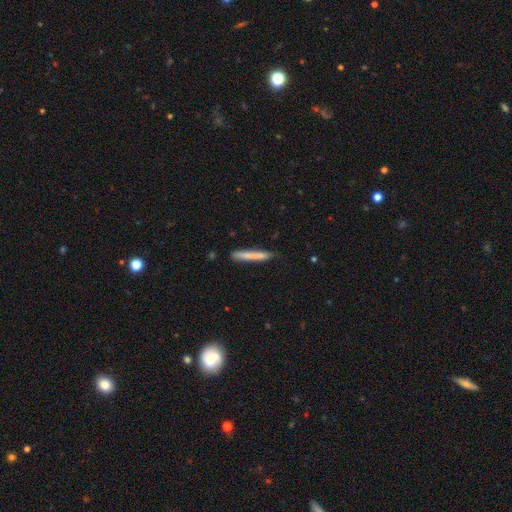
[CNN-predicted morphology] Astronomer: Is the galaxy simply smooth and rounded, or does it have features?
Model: smooth — 74%.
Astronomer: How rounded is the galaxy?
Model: cigar-shaped — 96%.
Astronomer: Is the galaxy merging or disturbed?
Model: none — 82%.